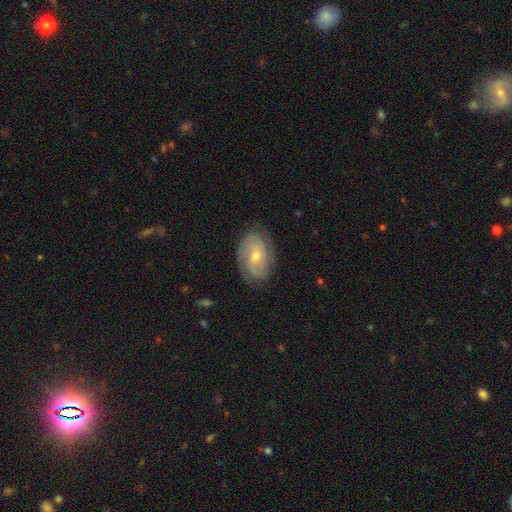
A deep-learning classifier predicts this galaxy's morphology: The model was most divided on "bulge size": small: 52%, moderate: 44%, large: 2%, none: 1%, dominant: 1%. More confident: edge-on disk — no (95%); spiral arms — yes (83%); merging — none (79%); bar — no (65%); smooth or featured — featured or disk (60%).